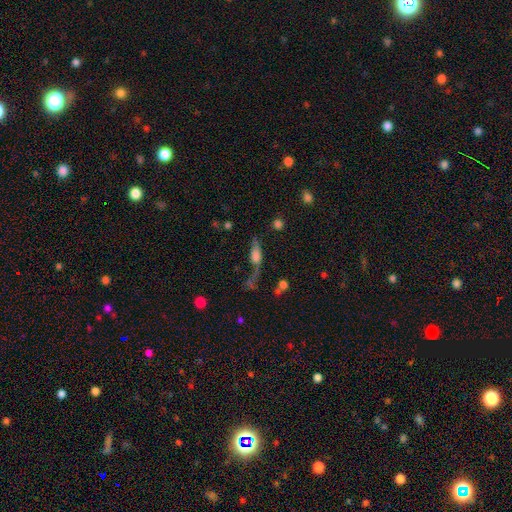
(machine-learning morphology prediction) Q: Smooth or featured?
A: smooth (49%); runner-up: featured or disk (38%)
Q: Merging?
A: none (35%); runner-up: major disturbance (30%)